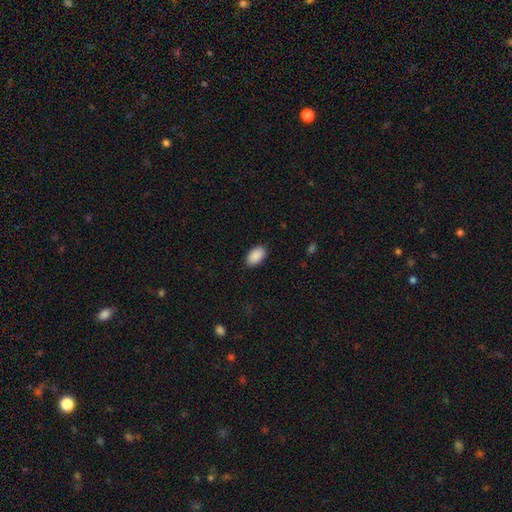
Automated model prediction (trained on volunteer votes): smooth_or_featured: smooth (p=0.91) [alt: star or artifact p=0.06]
how_rounded: in between (p=0.94) [alt: round p=0.04]
merging: none (p=0.89) [alt: minor disturbance p=0.08]